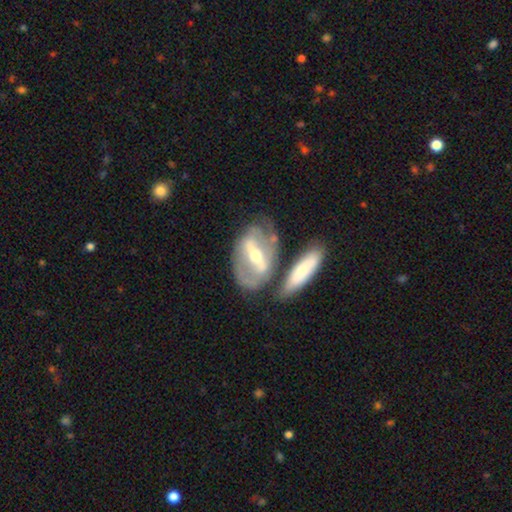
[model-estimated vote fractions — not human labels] The model was most divided on "spiral arms": yes: 57%, no: 43%. More confident: edge-on disk — no (86%); smooth or featured — featured or disk (75%); bulge size — moderate (63%); bar — strong (62%); merging — none (54%).